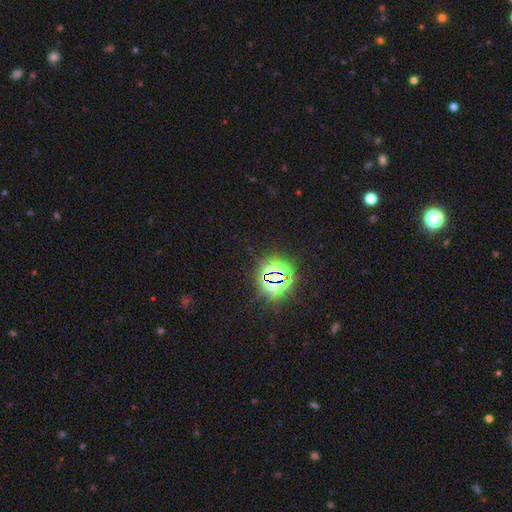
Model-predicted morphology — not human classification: The model was most divided on "smooth or featured": star or artifact: 81%, smooth: 12%, featured or disk: 7%.